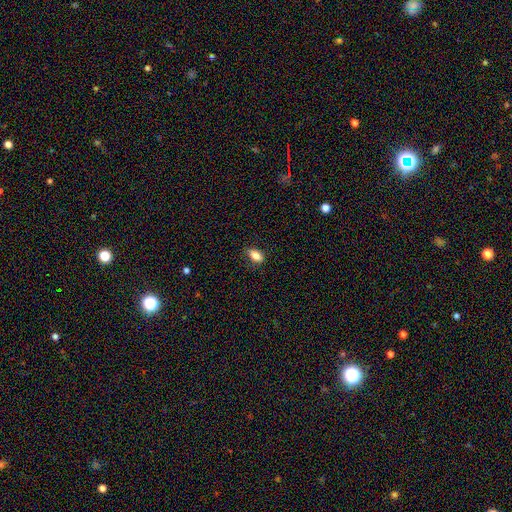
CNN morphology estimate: A smooth galaxy with no disk features (83%) that is in between round and cigar-shaped (86%). Merging: none (78%).